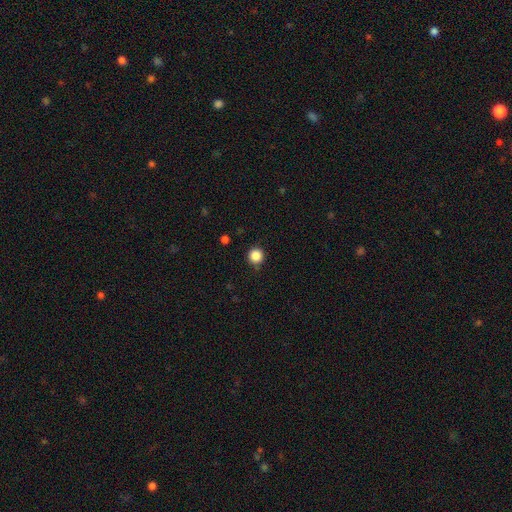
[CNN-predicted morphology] smooth_or_featured: smooth (p=0.86) [alt: star or artifact p=0.11]
how_rounded: round (p=0.96) [alt: in between p=0.04]
merging: none (p=0.89) [alt: minor disturbance p=0.07]